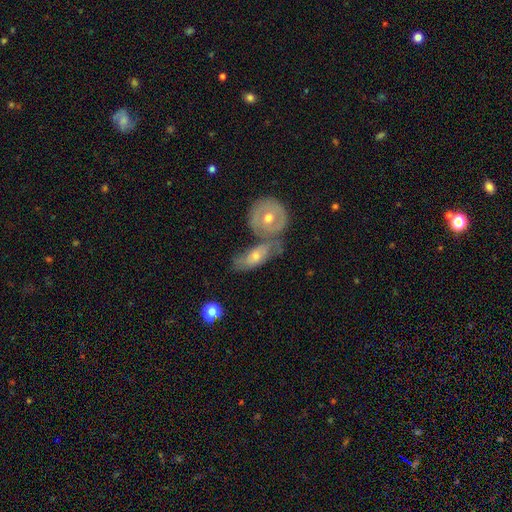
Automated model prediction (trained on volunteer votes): Q: Smooth or featured?
A: featured or disk (53%); runner-up: smooth (40%)
Q: Edge-on disk?
A: no (86%); runner-up: yes (14%)
Q: Merging?
A: merger (43%); runner-up: none (34%)